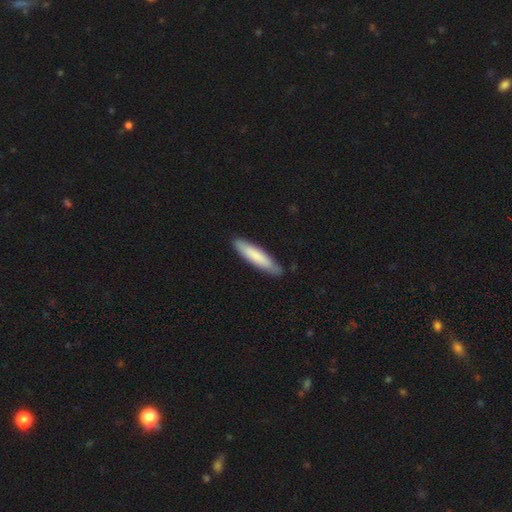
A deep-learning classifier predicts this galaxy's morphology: Overall: smooth (79%). How rounded: cigar-shaped (84%). Merging: none (85%).